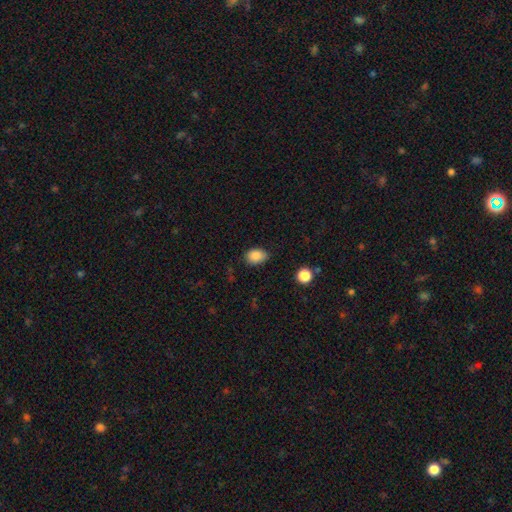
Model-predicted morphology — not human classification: Overall: smooth (87%). How rounded: in between (74%). Merging: none (76%).